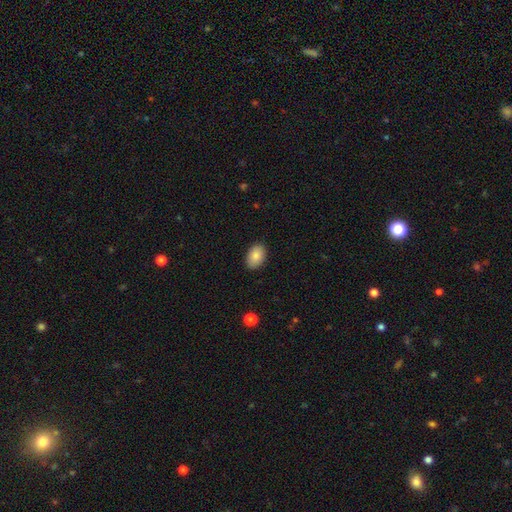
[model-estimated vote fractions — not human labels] Overall: smooth (86%). How rounded: in between (89%). Merging: none (88%).